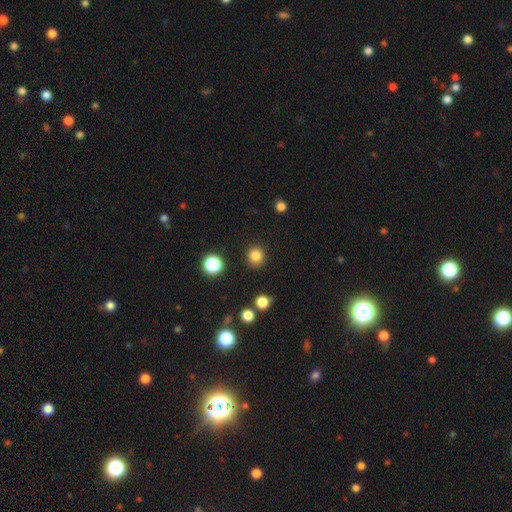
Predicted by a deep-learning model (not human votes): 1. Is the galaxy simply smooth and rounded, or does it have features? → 83% smooth, 13% star or artifact, 4% featured or disk.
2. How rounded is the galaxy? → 91% round, 8% in between, 1% cigar-shaped.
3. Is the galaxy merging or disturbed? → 90% none, 6% minor disturbance, 2% major disturbance, 2% merger.